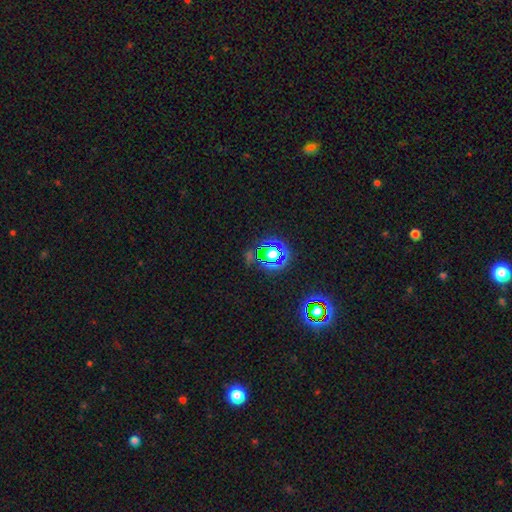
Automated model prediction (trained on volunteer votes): Morphology: type=star or artifact (74%).